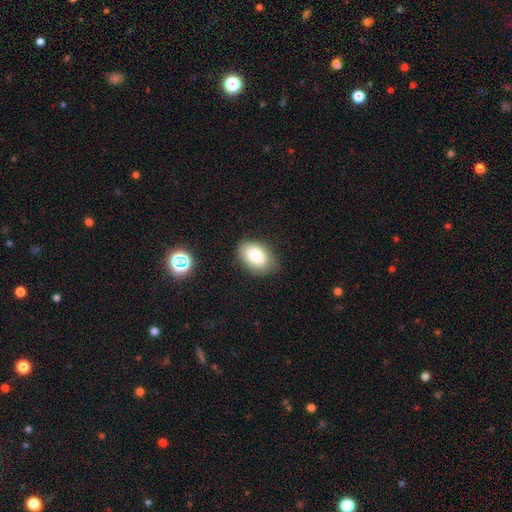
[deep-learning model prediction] Smooth or featured?
  - smooth: 81% *
  - featured or disk: 11%
  - star or artifact: 8%
How rounded?
  - in between: 89% *
  - round: 10%
  - cigar-shaped: 1%
Merging?
  - none: 80% *
  - minor disturbance: 15%
  - major disturbance: 3%
  - merger: 1%